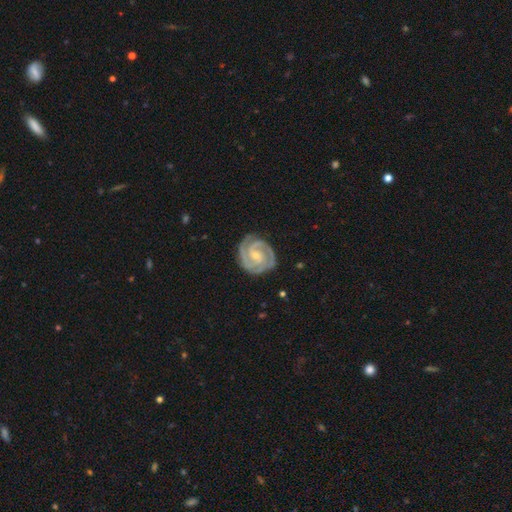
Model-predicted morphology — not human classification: Smooth or featured? Predicted: featured or disk (p=0.91). Edge-on disk? Predicted: no (p=0.98). Bar? Predicted: no (p=0.49). Spiral arms? Predicted: yes (p=0.98). Spiral winding? Predicted: tight (p=0.72). Spiral arm count? Predicted: 2 (p=0.74). Bulge size? Predicted: small (p=0.67). Merging? Predicted: none (p=0.81).